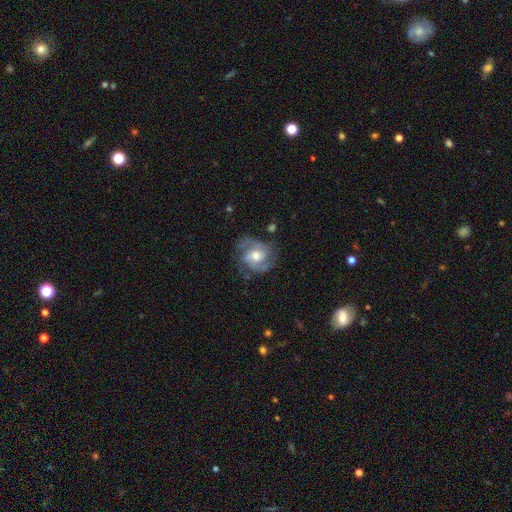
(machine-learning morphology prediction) A featured or disk galaxy (81%) with no bar (55%), 2 (58%) medium (49%) spiral arms (94%) and a moderate central bulge (67%).

Vote fractions:
- Smooth or featured? featured or disk: 81% / smooth: 13% / star or artifact: 6%
- Edge-on disk? no: 98% / yes: 2%
- Bar? no: 55% / weak: 37% / strong: 8%
- Spiral arms? yes: 94% / no: 6%
- Spiral winding? medium: 49% / tight: 37% / loose: 15%
- Spiral arm count? 2: 58% / 3: 20% / can't tell: 12% / 1: 3% / 4: 3% / more than 4: 3%
- Bulge size? moderate: 67% / small: 20% / large: 10% / none: 2% / dominant: 1%
- Merging? none: 68% / minor disturbance: 20% / major disturbance: 10% / merger: 2%